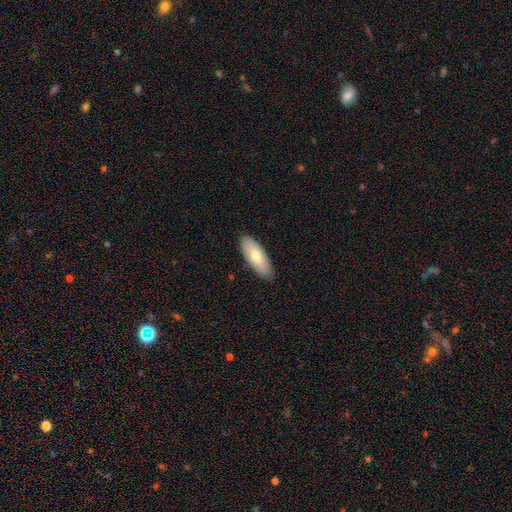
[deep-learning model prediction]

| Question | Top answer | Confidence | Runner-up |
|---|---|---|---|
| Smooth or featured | smooth | 74% | featured or disk (21%) |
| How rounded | in between | 77% | cigar-shaped (21%) |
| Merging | none | 87% | minor disturbance (10%) |